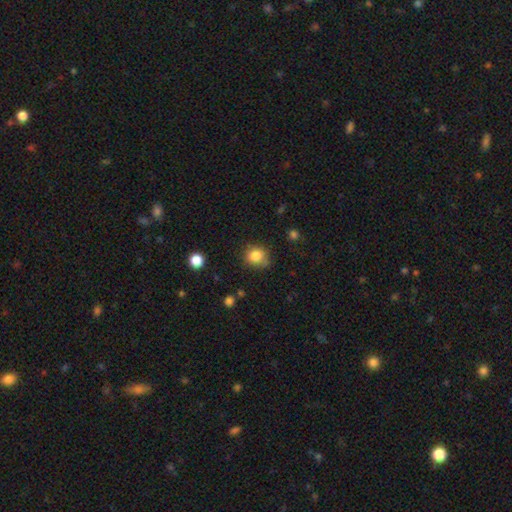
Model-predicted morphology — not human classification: smooth-or-featured: smooth: 84% | star or artifact: 11% | featured or disk: 6%
  how-rounded: round: 79% | in between: 20% | cigar-shaped: 1%
  merging: none: 72% | minor disturbance: 20% | major disturbance: 5% | merger: 4%